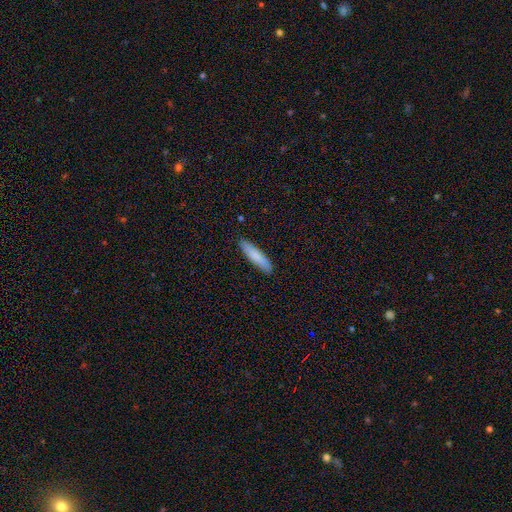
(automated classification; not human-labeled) Smooth or featured? smooth (83%)
How rounded? cigar-shaped (80%)
Merging? none (90%)